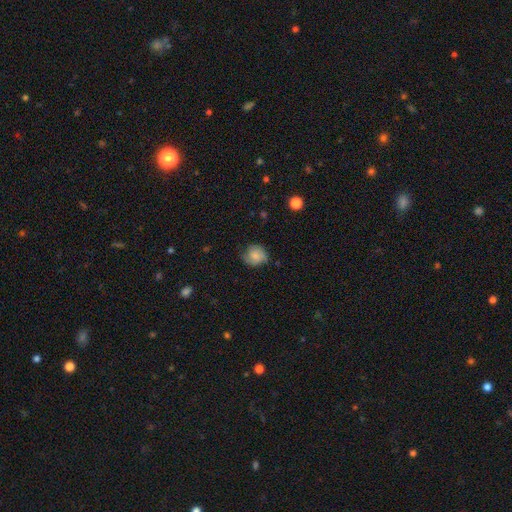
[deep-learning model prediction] Smooth or featured?
  - smooth: 78% *
  - featured or disk: 14%
  - star or artifact: 8%
How rounded?
  - round: 83% *
  - in between: 16%
  - cigar-shaped: 1%
Merging?
  - none: 66% *
  - minor disturbance: 27%
  - major disturbance: 6%
  - merger: 1%